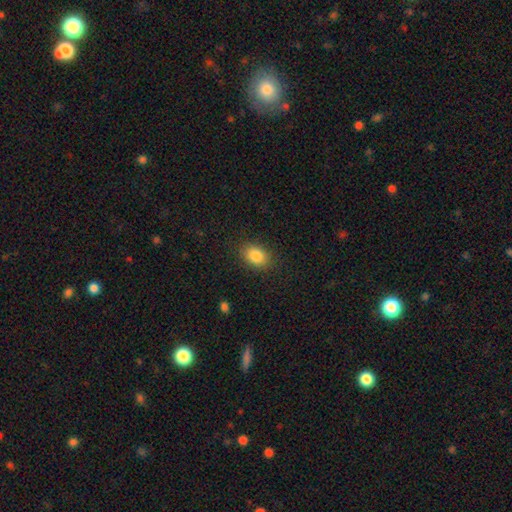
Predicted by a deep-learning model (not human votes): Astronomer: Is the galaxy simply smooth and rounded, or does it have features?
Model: smooth — 86%.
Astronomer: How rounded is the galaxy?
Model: in between — 79%.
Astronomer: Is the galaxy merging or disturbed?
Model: none — 86%.